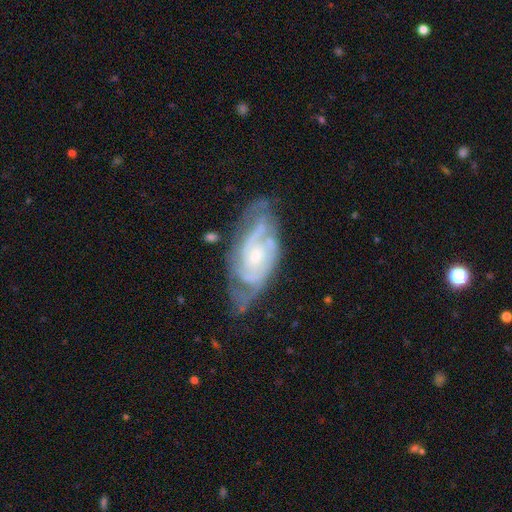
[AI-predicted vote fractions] This is clearly a featured or disk galaxy (86%). It is clearly not viewed edge-on (94%). Bar: likely no (65%). Spiral arm pattern: clearly yes (94%). Spiral arm count: marginally 2 (38%). Spiral winding: possibly tight (57%). Central bulge: possibly small (58%). Merging: likely none (60%).